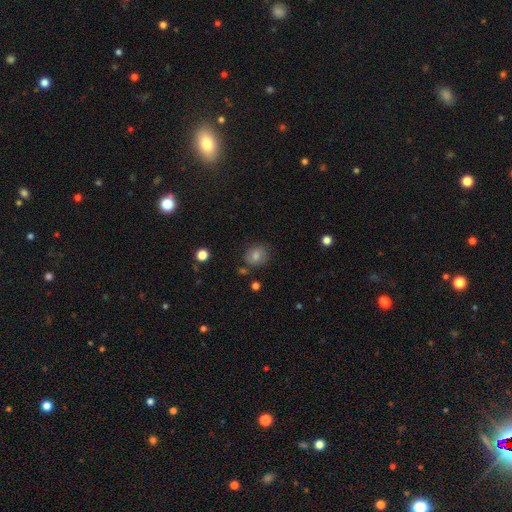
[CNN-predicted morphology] smooth 74%, star or artifact 14%, featured or disk 12%. Down the decision tree: how rounded — round (75%); merging — none (80%).